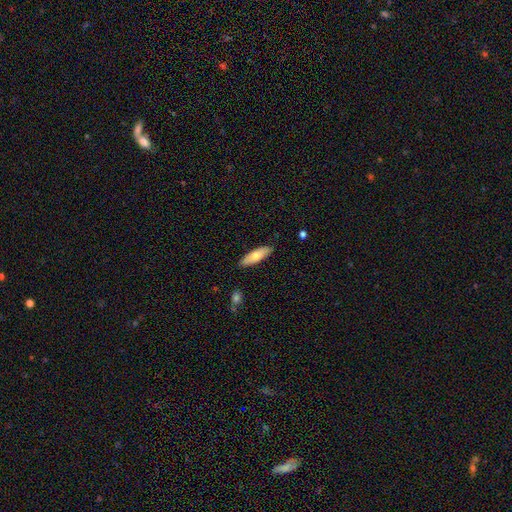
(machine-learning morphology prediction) Smooth or featured: smooth — 71% (featured or disk — 23%)
How rounded: in between — 52% (cigar-shaped — 46%)
Merging: none — 86% (minor disturbance — 11%)